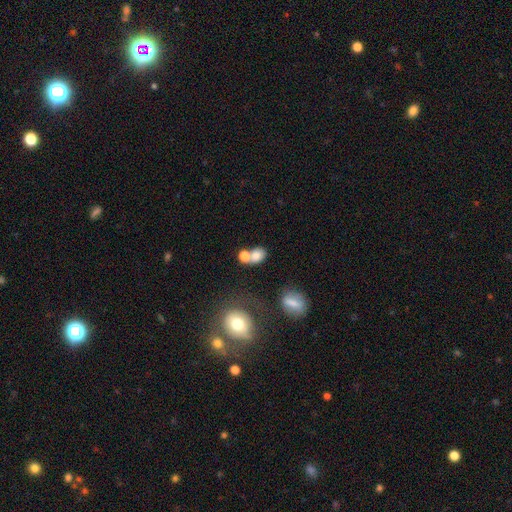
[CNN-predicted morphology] Overall: smooth (75%). How rounded: in between (51%; round 47%). Merging: merger (46%; none 38%).